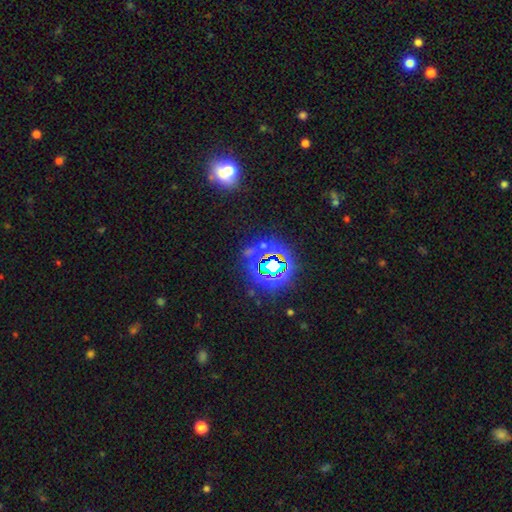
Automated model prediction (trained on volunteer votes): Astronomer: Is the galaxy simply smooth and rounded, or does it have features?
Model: star or artifact — 75%.